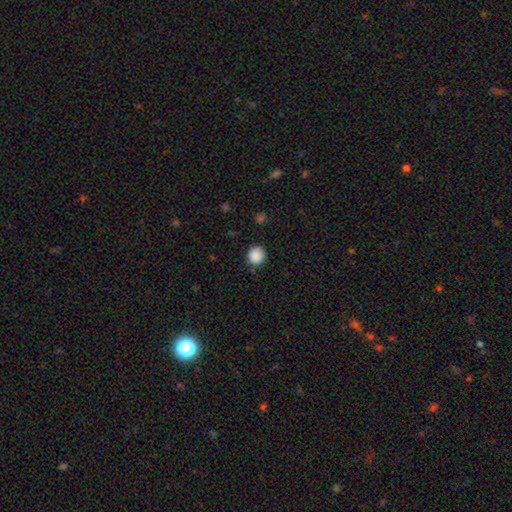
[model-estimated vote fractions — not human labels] smooth-or-featured: smooth: 88% | star or artifact: 9% | featured or disk: 2%
  how-rounded: round: 93% | in between: 6% | cigar-shaped: 1%
  merging: none: 88% | minor disturbance: 8% | major disturbance: 2% | merger: 1%